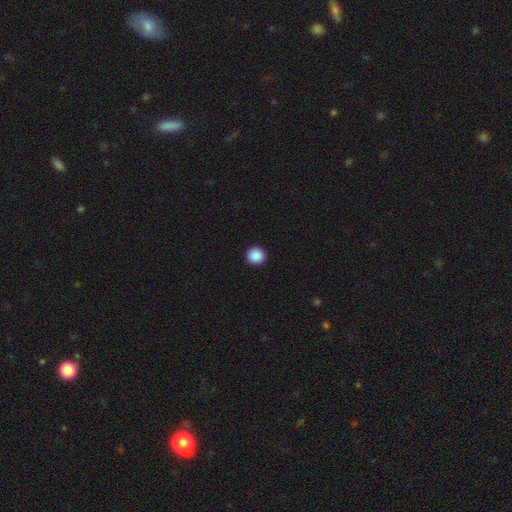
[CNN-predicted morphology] Overall: smooth (89%). How rounded: round (95%). Merging: none (94%).